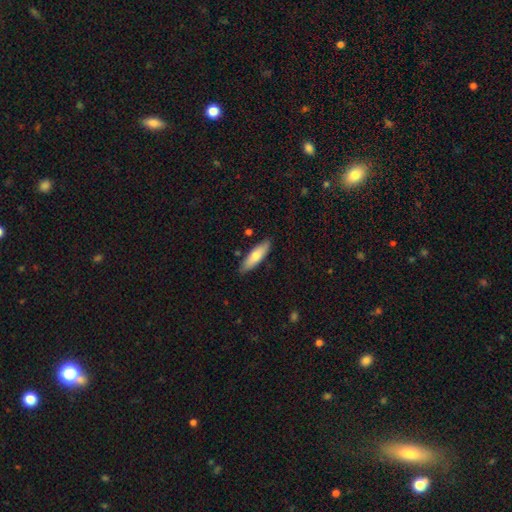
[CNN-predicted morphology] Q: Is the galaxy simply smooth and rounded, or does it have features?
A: smooth — 71%.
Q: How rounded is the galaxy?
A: cigar-shaped — 56%.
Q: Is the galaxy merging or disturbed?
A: none — 85%.